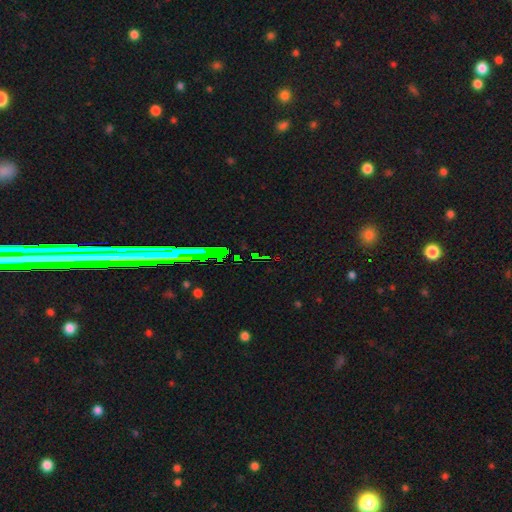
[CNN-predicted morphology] A star or artifact, not a galaxy (75%).

Vote fractions:
- Smooth or featured? star or artifact: 75% / smooth: 15% / featured or disk: 10%